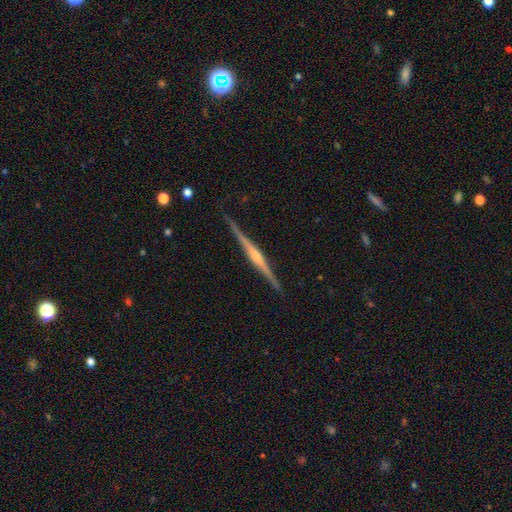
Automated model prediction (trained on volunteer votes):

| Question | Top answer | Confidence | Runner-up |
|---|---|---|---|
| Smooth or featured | featured or disk | 84% | smooth (11%) |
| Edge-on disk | yes | 98% | no (2%) |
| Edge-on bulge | rounded | 73% | none (13%) |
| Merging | none | 89% | minor disturbance (8%) |